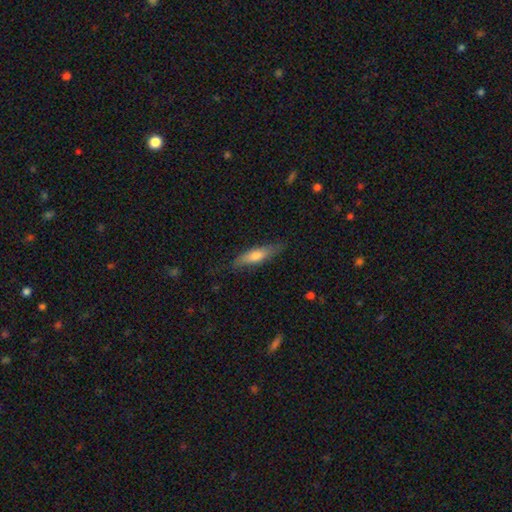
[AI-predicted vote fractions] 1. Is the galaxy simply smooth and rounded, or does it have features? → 62% smooth, 32% featured or disk, 6% star or artifact.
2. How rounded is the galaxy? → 65% cigar-shaped, 33% in between, 2% round.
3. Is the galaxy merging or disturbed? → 79% none, 17% minor disturbance, 3% major disturbance, 1% merger.